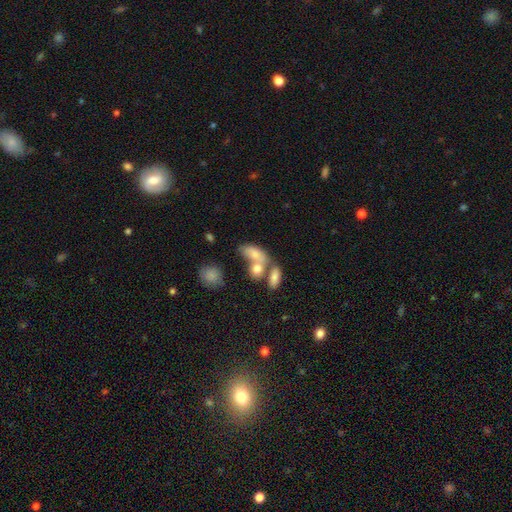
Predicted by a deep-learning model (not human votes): Smooth or featured? smooth (72%)
How rounded? in between (86%)
Merging? merger (54%)